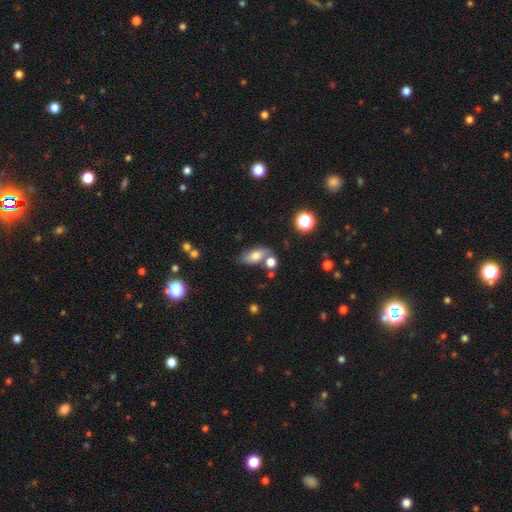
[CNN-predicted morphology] type=smooth (74%); roundness=in between (83%); merging=none (57%).